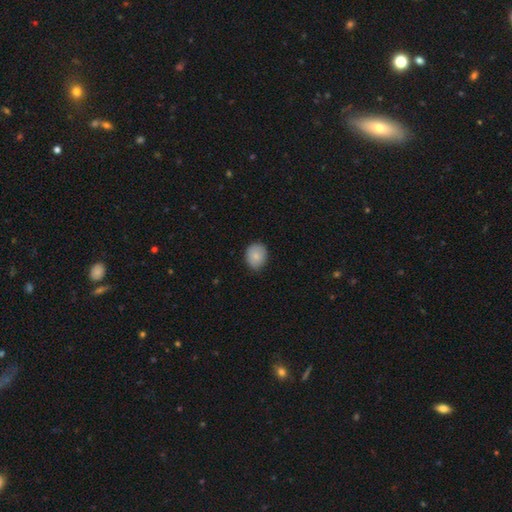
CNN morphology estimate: smooth_or_featured: smooth (p=0.84) [alt: featured or disk p=0.08]
how_rounded: round (p=0.63) [alt: in between p=0.36]
merging: none (p=0.80) [alt: minor disturbance p=0.17]